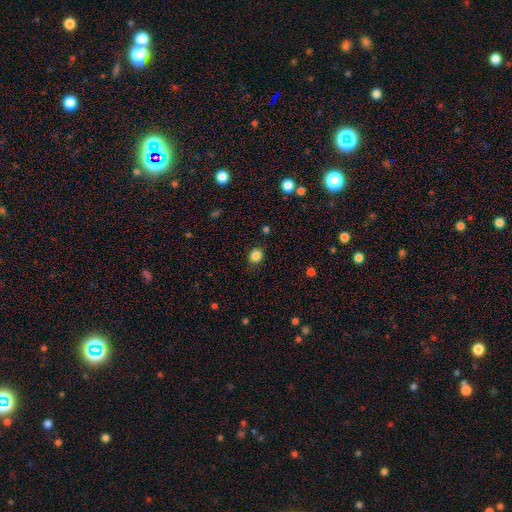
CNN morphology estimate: smooth_or_featured: smooth (p=0.85) [alt: star or artifact p=0.11]
how_rounded: round (p=0.70) [alt: in between p=0.29]
merging: none (p=0.86) [alt: minor disturbance p=0.10]